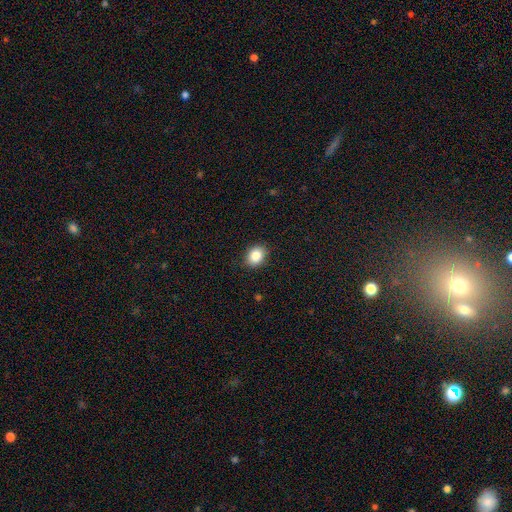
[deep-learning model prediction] Morphology: type=smooth (85%); roundness=in between (51%); merging=none (88%).